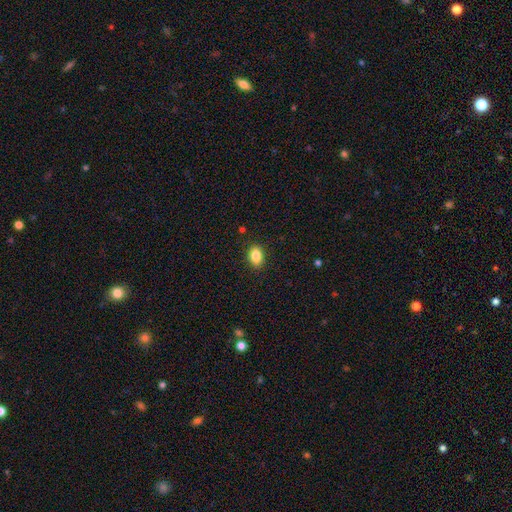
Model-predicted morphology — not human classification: Smooth or featured: smooth — 86% (star or artifact — 9%)
How rounded: in between — 83% (round — 16%)
Merging: none — 89% (minor disturbance — 8%)